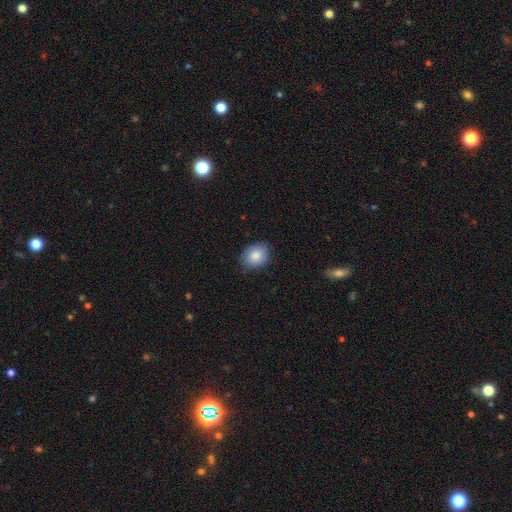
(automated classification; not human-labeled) This appears to be a smooth galaxy with no disk features (85%) that is in between round and cigar-shaped (55%). Merging: none (83%).